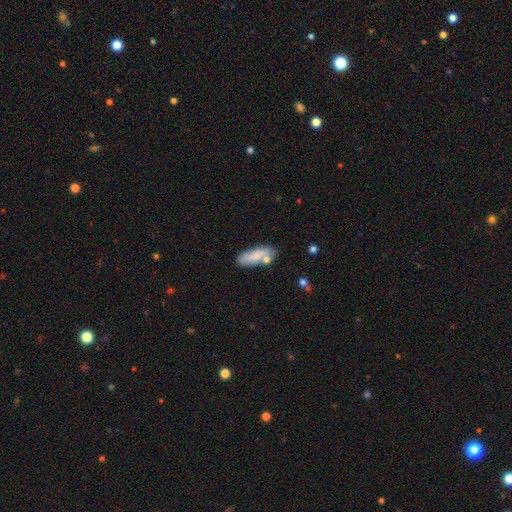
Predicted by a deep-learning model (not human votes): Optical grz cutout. It shows a smooth galaxy with no disk features (80%) that is in between round and cigar-shaped (69%). Merging: none (70%).